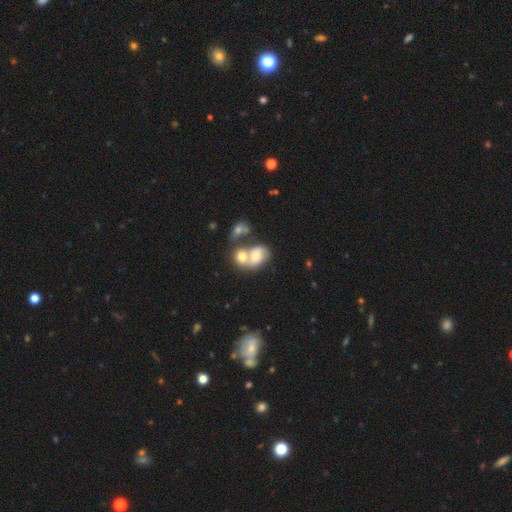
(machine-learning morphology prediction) A smooth galaxy with no disk features (60%) that is in between round and cigar-shaped (68%).

Vote fractions:
- Smooth or featured? smooth: 60% / featured or disk: 30% / star or artifact: 10%
- How rounded? in between: 68% / round: 30% / cigar-shaped: 2%
- Merging? merger: 69% / none: 17% / minor disturbance: 8% / major disturbance: 6%